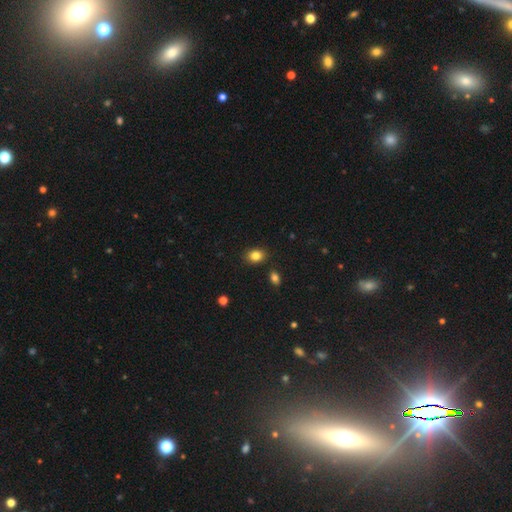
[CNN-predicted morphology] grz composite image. It shows a smooth galaxy with no disk features (84%) that is in between round and cigar-shaped (63%). Merging: none (85%).